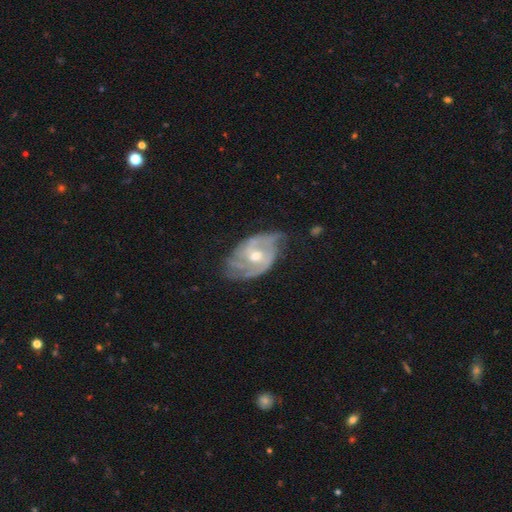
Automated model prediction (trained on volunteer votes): Smooth or featured? Predicted: featured or disk (p=0.87). Edge-on disk? Predicted: no (p=0.96). Bar? Predicted: no (p=0.50). Spiral arms? Predicted: yes (p=0.94). Spiral winding? Predicted: tight (p=0.44). Spiral arm count? Predicted: 2 (p=0.42). Bulge size? Predicted: moderate (p=0.72). Merging? Predicted: none (p=0.59).